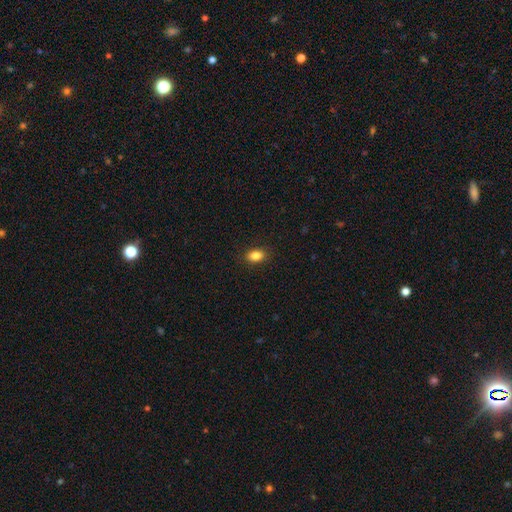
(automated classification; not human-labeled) Smooth or featured? Predicted: smooth (p=0.85). How rounded? Predicted: in between (p=0.82). Merging? Predicted: none (p=0.89).